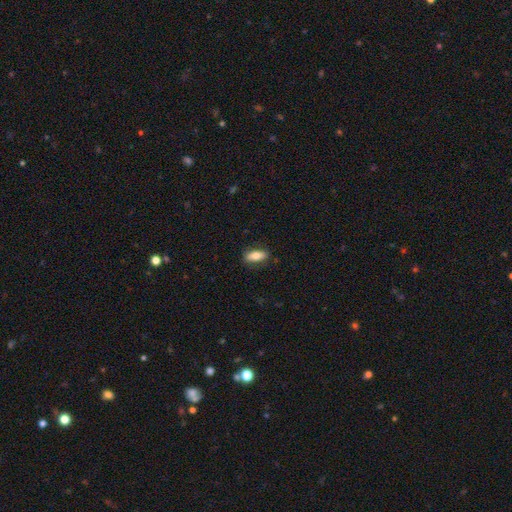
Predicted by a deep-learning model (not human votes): Overall: smooth (80%). How rounded: in between (77%). Merging: none (85%).